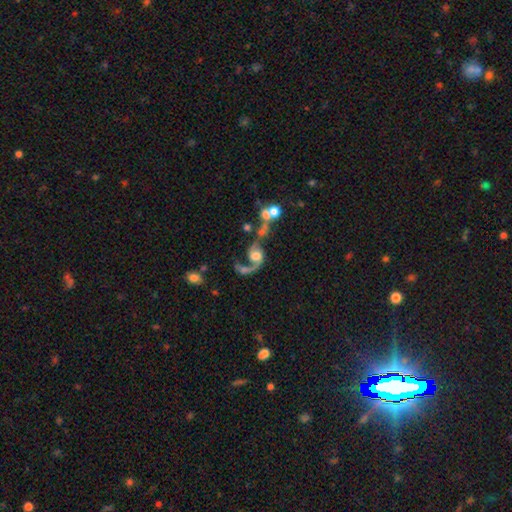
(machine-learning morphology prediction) Smooth or featured?
  - featured or disk: 77% *
  - smooth: 15%
  - star or artifact: 8%
Edge-on disk?
  - no: 97% *
  - yes: 3%
Bar?
  - no: 69% *
  - weak: 24%
  - strong: 7%
Spiral arms?
  - yes: 91% *
  - no: 9%
Spiral winding?
  - loose: 68% *
  - medium: 26%
  - tight: 6%
Spiral arm count?
  - 2: 64% *
  - 1: 31%
  - can't tell: 2%
  - 3: 1%
  - 4: 1%
  - more than 4: 1%
Bulge size?
  - moderate: 48% *
  - large: 31%
  - small: 12%
  - none: 6%
  - dominant: 4%
Merging?
  - none: 32% *
  - major disturbance: 30%
  - merger: 25%
  - minor disturbance: 14%